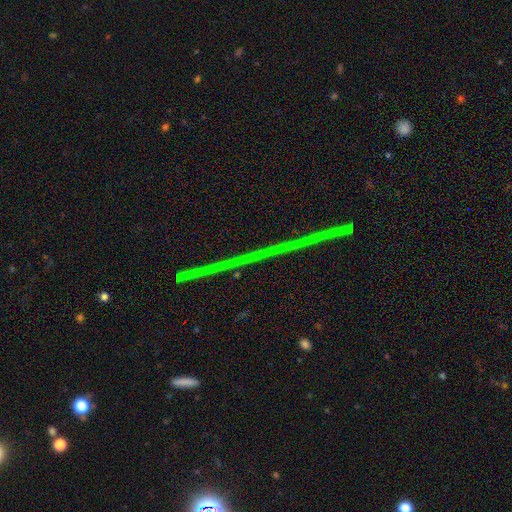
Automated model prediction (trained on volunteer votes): star or artifact 67%, featured or disk 23%, smooth 11%.